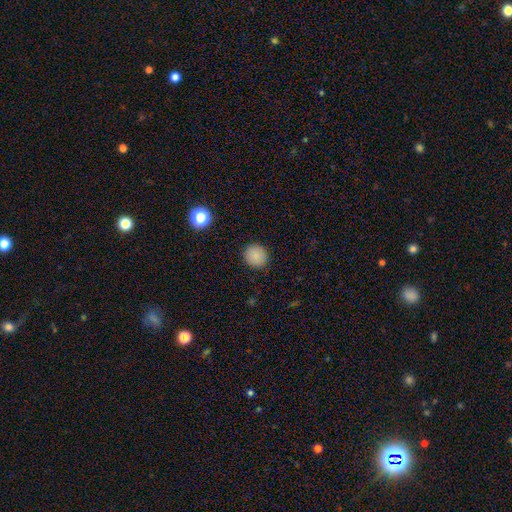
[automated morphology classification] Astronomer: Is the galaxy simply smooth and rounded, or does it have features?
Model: smooth — 86%.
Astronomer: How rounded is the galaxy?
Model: round — 91%.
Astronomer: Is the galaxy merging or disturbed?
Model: none — 91%.